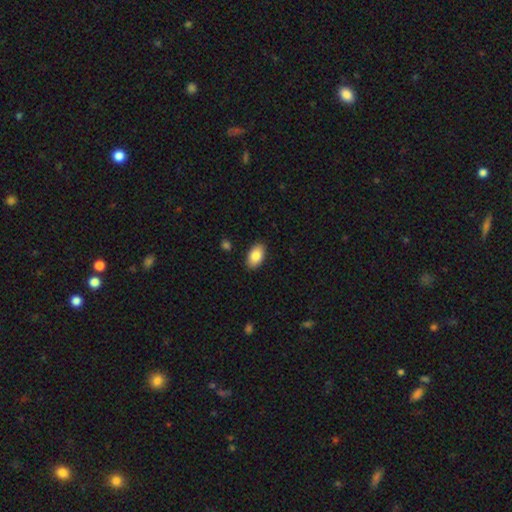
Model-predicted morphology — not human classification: A smooth galaxy with no disk features (85%) that is in between round and cigar-shaped (94%). Merging: none (89%).